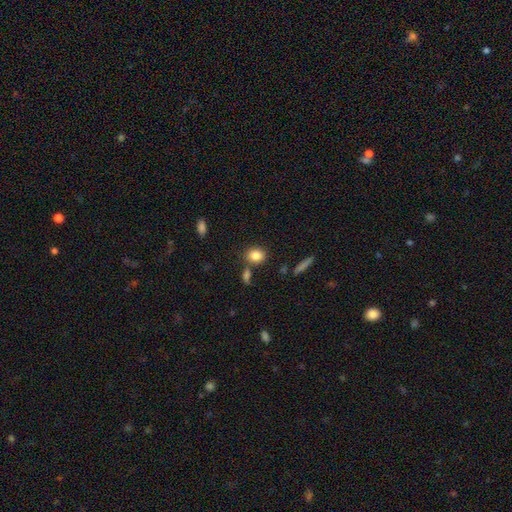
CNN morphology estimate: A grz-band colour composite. It shows a smooth galaxy with no disk features (84%) that is round (55%). Merging: none (73%).